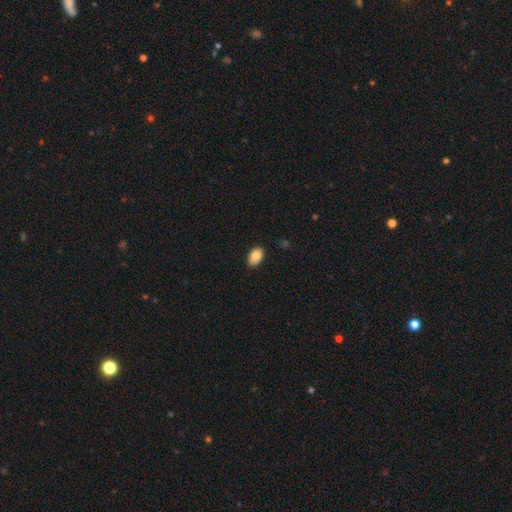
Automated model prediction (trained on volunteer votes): Smooth or featured: smooth — 84% (featured or disk — 9%)
How rounded: in between — 91% (round — 7%)
Merging: none — 84% (minor disturbance — 13%)